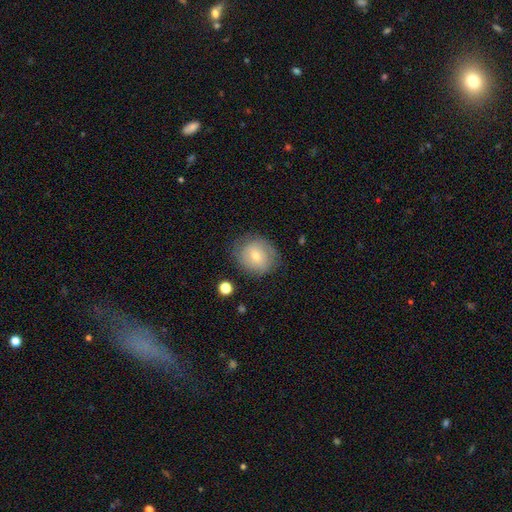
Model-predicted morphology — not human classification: A smooth galaxy with no disk features (57%) that is round (72%).

Vote fractions:
- Smooth or featured? smooth: 57% / featured or disk: 34% / star or artifact: 8%
- How rounded? round: 72% / in between: 27% / cigar-shaped: 1%
- Merging? none: 74% / minor disturbance: 18% / major disturbance: 6% / merger: 2%